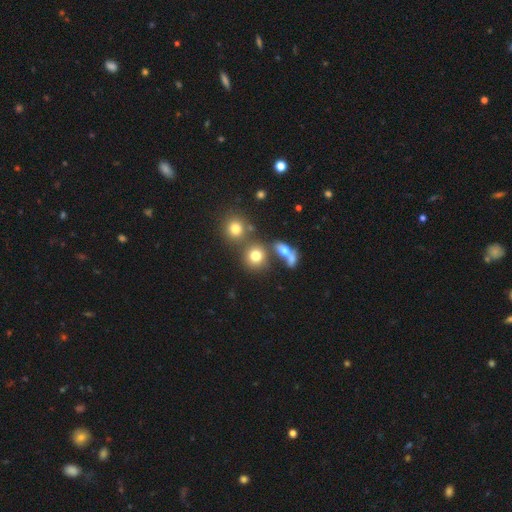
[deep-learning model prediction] A smooth galaxy with no disk features (75%) that is round (83%). Merging: none (60%).